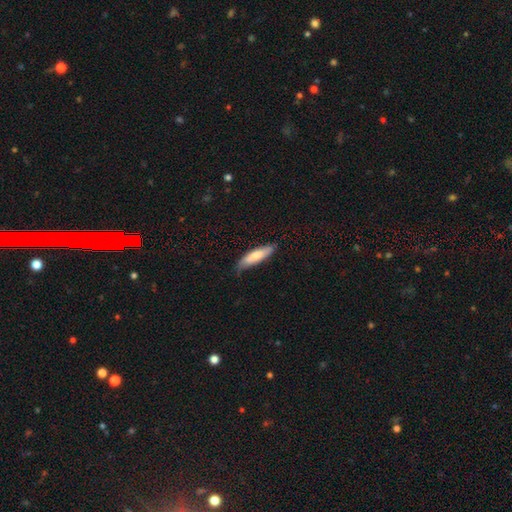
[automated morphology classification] type=smooth (72%); roundness=cigar-shaped (64%); merging=none (72%).